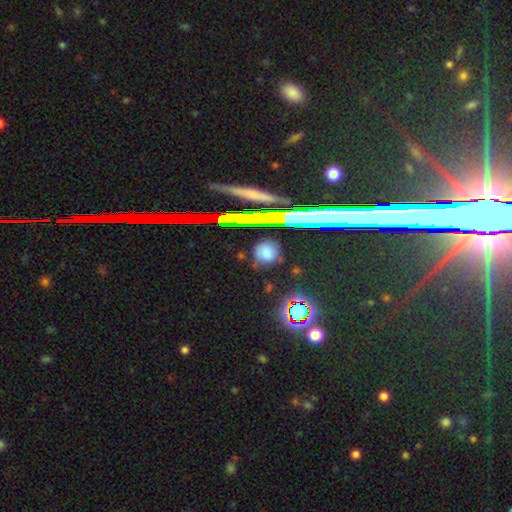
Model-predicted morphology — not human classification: Smooth or featured?
  - star or artifact: 73% *
  - featured or disk: 13%
  - smooth: 13%